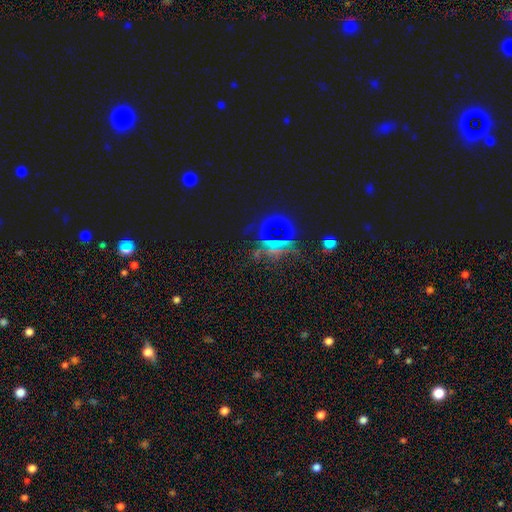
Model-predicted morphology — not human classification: Smooth or featured: star or artifact — 70% (smooth — 16%)